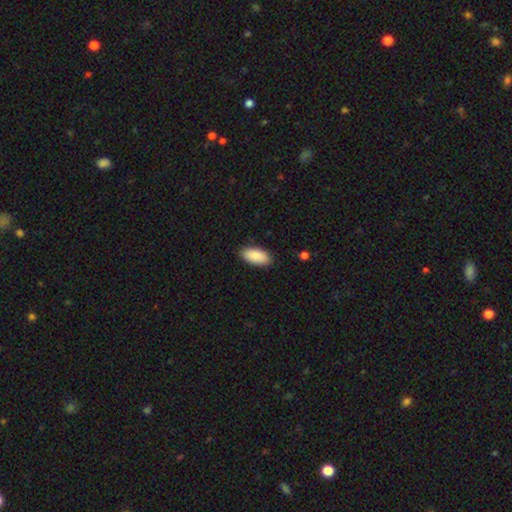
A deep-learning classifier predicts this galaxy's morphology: A smooth galaxy with no disk features (89%) that is in between round and cigar-shaped (92%). Merging: none (88%).